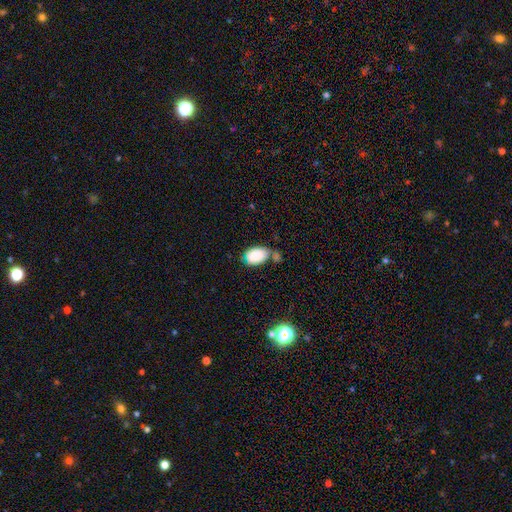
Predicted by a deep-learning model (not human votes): Morphology: type=smooth (86%); roundness=in between (90%); merging=none (48%).